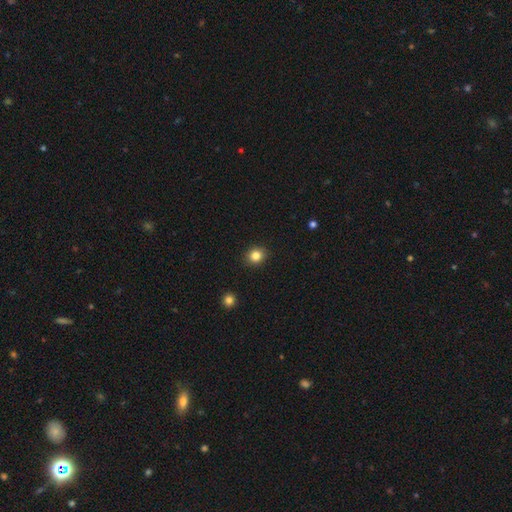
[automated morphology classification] A smooth galaxy with no disk features (83%) that is round (76%).

Vote fractions:
- Smooth or featured? smooth: 83% / star or artifact: 11% / featured or disk: 5%
- How rounded? round: 76% / in between: 23% / cigar-shaped: 1%
- Merging? none: 90% / minor disturbance: 7% / major disturbance: 2% / merger: 1%